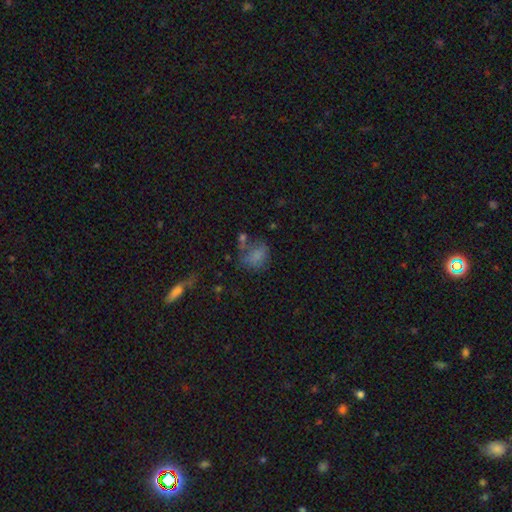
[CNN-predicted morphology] This appears to be a smooth galaxy with no disk features (67%) that is in between round and cigar-shaped (52%). Merging: none (41%).